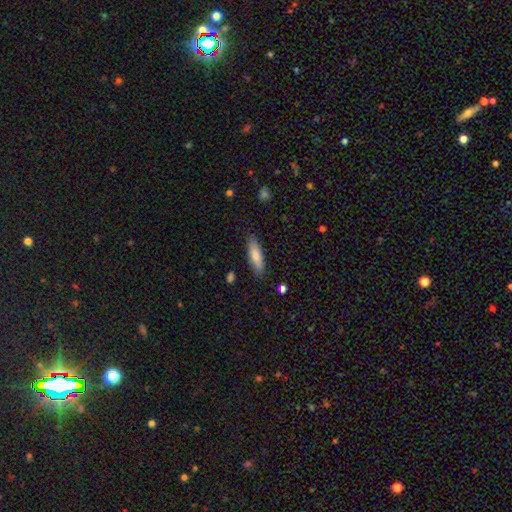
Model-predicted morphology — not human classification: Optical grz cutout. It shows a smooth galaxy with no disk features (80%) that is cigar-shaped (58%). Merging: none (86%).